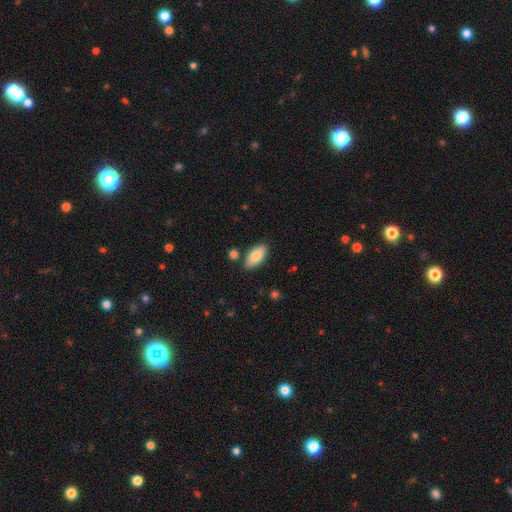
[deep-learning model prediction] smooth-or-featured: smooth: 85% | featured or disk: 9% | star or artifact: 6%
  how-rounded: in between: 92% | cigar-shaped: 6% | round: 2%
  merging: none: 82% | minor disturbance: 11% | merger: 5% | major disturbance: 2%